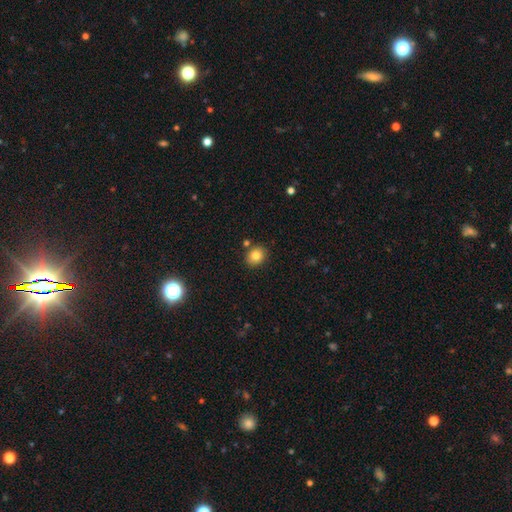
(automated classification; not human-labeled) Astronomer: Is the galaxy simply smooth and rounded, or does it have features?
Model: smooth — 82%.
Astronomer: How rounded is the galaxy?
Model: round — 61% (runner-up: in between, 39%).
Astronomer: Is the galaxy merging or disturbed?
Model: none — 83%.